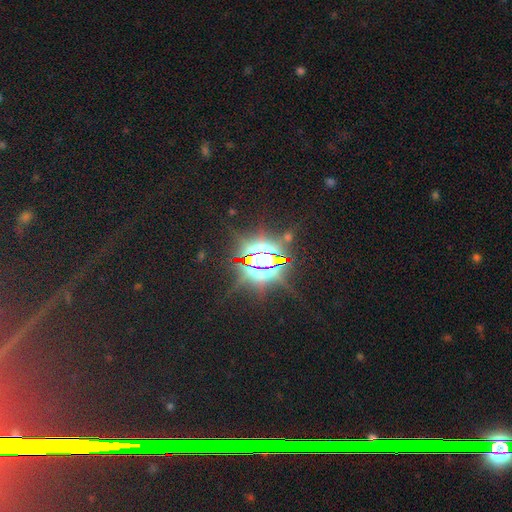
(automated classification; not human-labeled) Smooth or featured? star or artifact (86%)